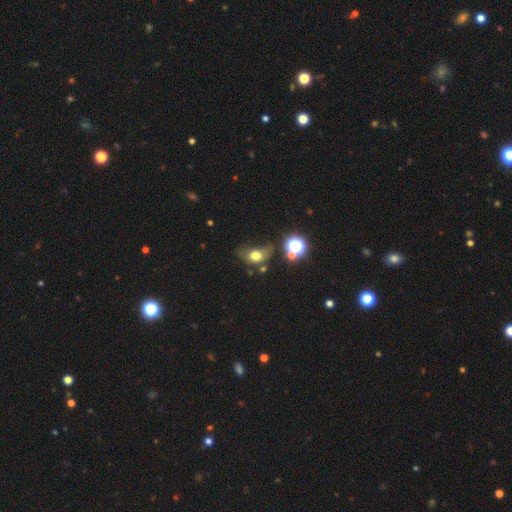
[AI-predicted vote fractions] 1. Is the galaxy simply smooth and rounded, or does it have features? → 69% smooth, 17% star or artifact, 14% featured or disk.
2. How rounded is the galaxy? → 65% in between, 33% round, 2% cigar-shaped.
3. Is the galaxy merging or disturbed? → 35% none, 31% minor disturbance, 23% major disturbance, 11% merger.